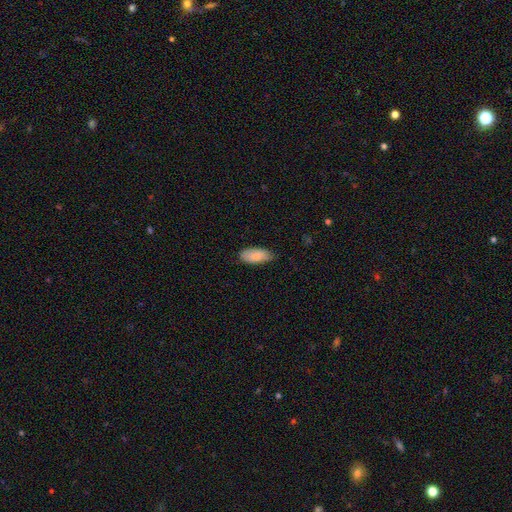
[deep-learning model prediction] Morphology: type=smooth (88%); roundness=in between (89%); merging=none (73%).